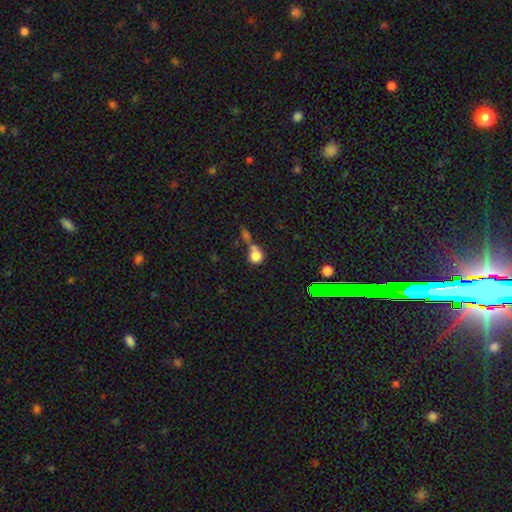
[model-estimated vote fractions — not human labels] A smooth galaxy with no disk features (78%) that is round (84%). Merging: merger (44%).